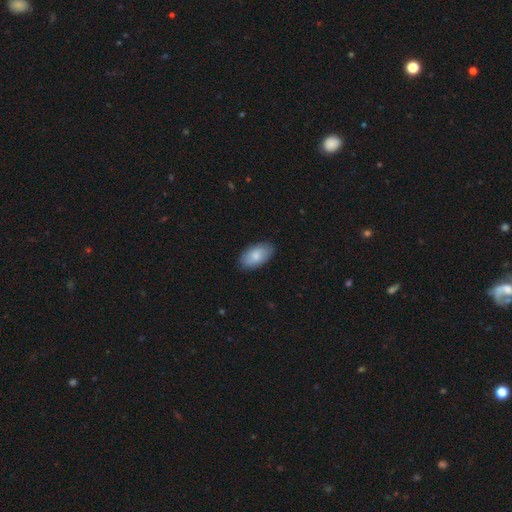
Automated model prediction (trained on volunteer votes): A smooth galaxy with no disk features (82%) that is in between round and cigar-shaped (95%). Merging: none (86%).